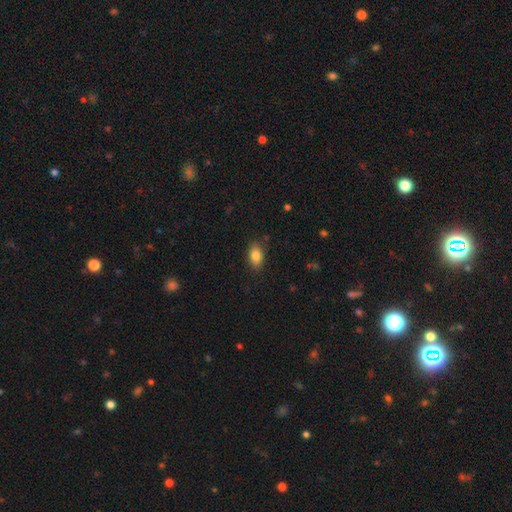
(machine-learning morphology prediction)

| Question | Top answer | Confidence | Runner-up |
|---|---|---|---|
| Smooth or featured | smooth | 84% | star or artifact (8%) |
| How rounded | in between | 87% | round (9%) |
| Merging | none | 83% | minor disturbance (13%) |